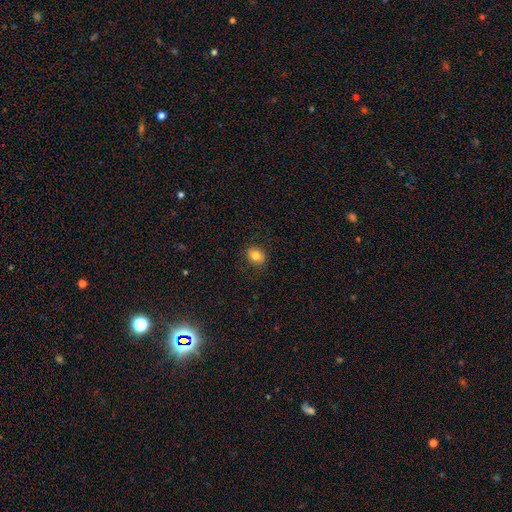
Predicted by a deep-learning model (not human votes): Smooth or featured: smooth — 80% (featured or disk — 10%)
How rounded: round — 51% (in between — 48%)
Merging: none — 84% (minor disturbance — 12%)